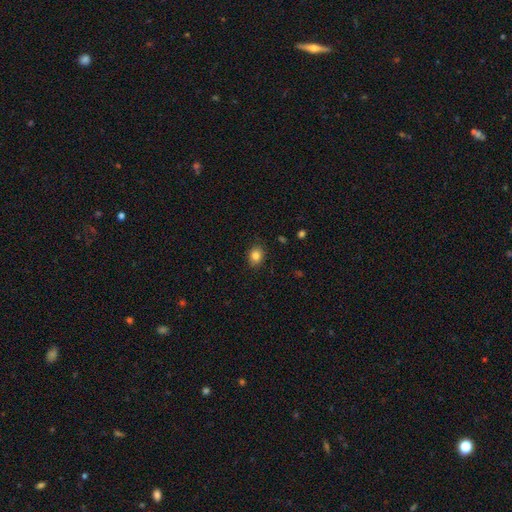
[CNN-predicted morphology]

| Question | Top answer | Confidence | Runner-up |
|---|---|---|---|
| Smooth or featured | smooth | 83% | star or artifact (10%) |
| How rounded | round | 52% | in between (47%) |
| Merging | none | 88% | minor disturbance (9%) |